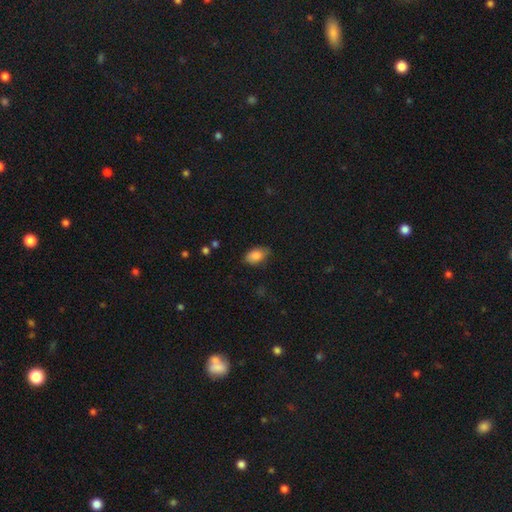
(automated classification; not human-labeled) This is clearly a smooth galaxy (84%). How rounded: clearly in between (90%). Merging: likely none (78%).